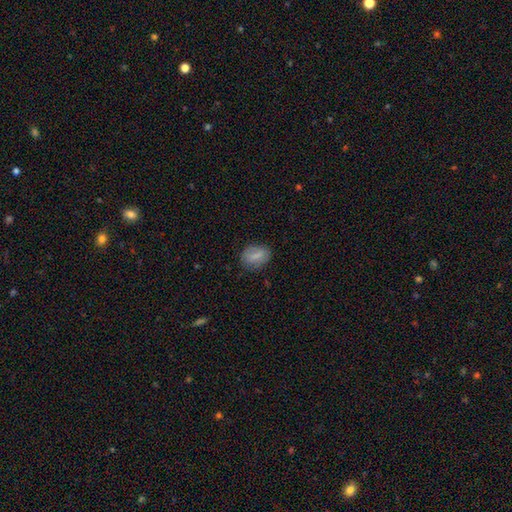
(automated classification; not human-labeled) A smooth galaxy with no disk features (76%) that is in between round and cigar-shaped (73%). Merging: none (79%).